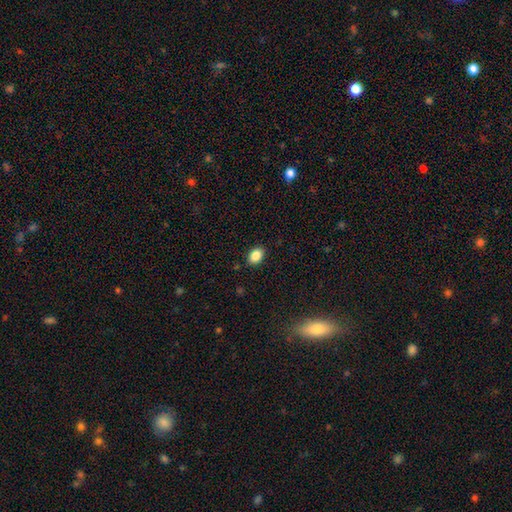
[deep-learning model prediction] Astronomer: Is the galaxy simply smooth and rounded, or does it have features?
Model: smooth — 86%.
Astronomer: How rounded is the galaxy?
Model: in between — 79%.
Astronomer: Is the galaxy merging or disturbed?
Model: none — 89%.